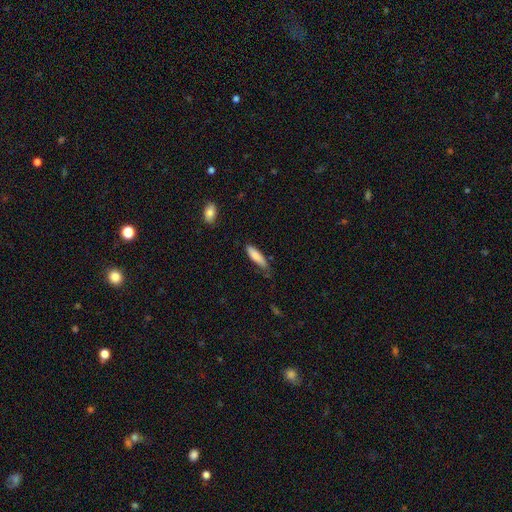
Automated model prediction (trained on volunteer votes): smooth_or_featured: smooth (p=0.84) [alt: featured or disk p=0.10]
how_rounded: cigar-shaped (p=0.64) [alt: in between p=0.34]
merging: none (p=0.58) [alt: minor disturbance p=0.33]